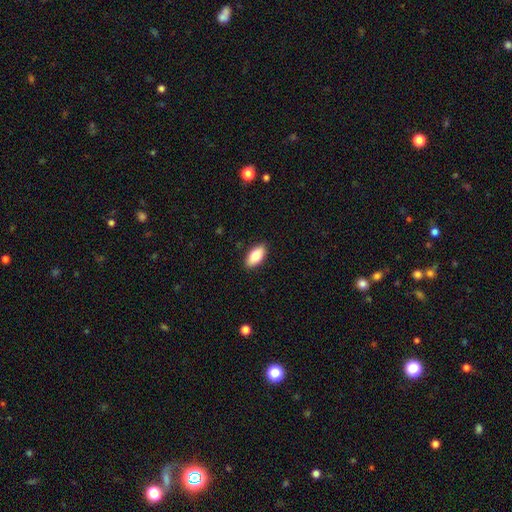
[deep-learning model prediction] Overall: smooth (82%). How rounded: in between (90%). Merging: none (89%).